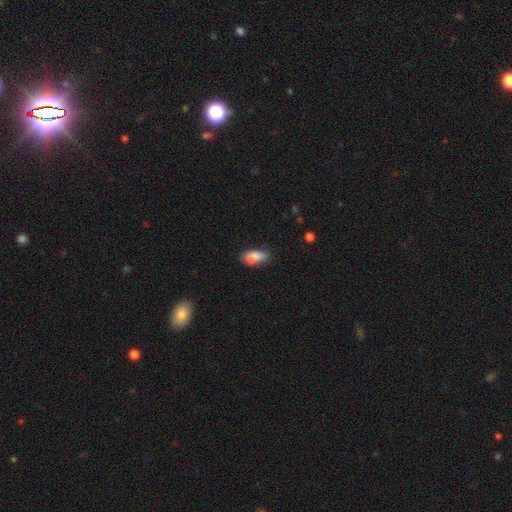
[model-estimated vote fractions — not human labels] This is likely a smooth galaxy (80%). How rounded: clearly in between (87%). Merging: possibly none (51%).